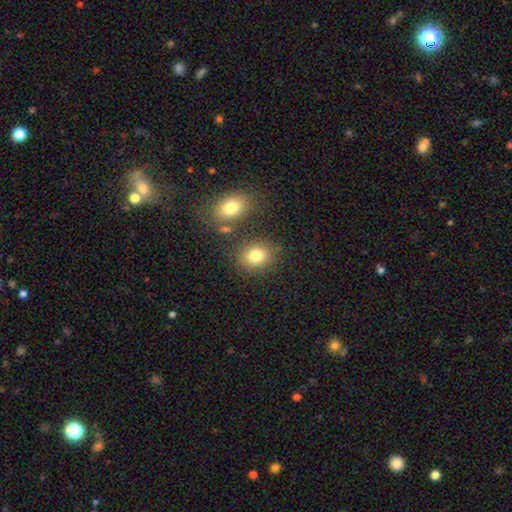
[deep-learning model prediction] Smooth or featured?
  - smooth: 79% *
  - star or artifact: 12%
  - featured or disk: 9%
How rounded?
  - round: 60% *
  - in between: 39%
  - cigar-shaped: 1%
Merging?
  - none: 75% *
  - merger: 10%
  - minor disturbance: 10%
  - major disturbance: 4%